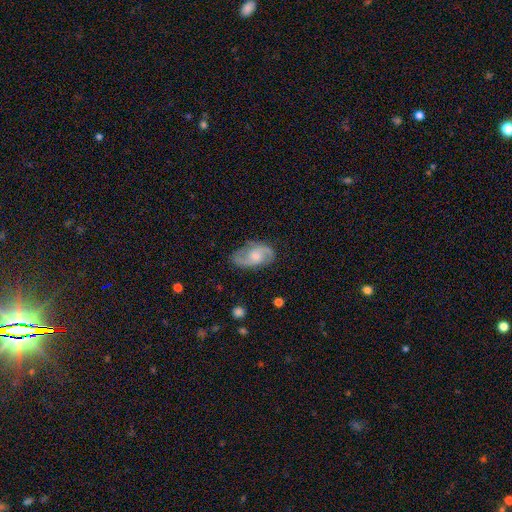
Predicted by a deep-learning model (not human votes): A featured or disk galaxy (79%) with no bar (55%), 2 (90%) medium (52%) spiral arms (95%) and a moderate central bulge (46%). Merging: none (78%).